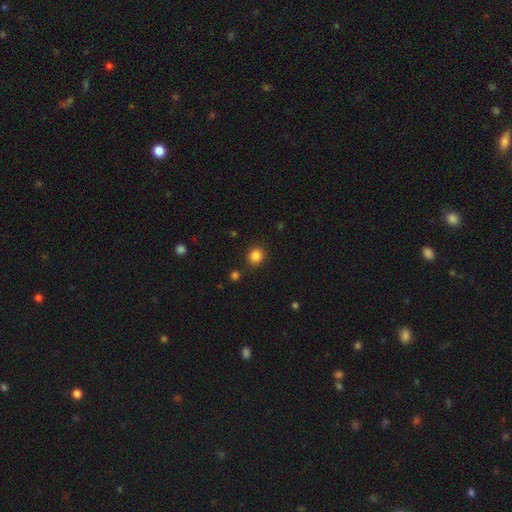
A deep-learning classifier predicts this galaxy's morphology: Smooth or featured?
  - smooth: 85% *
  - star or artifact: 11%
  - featured or disk: 4%
How rounded?
  - round: 82% *
  - in between: 17%
  - cigar-shaped: 1%
Merging?
  - none: 86% *
  - minor disturbance: 8%
  - merger: 3%
  - major disturbance: 3%